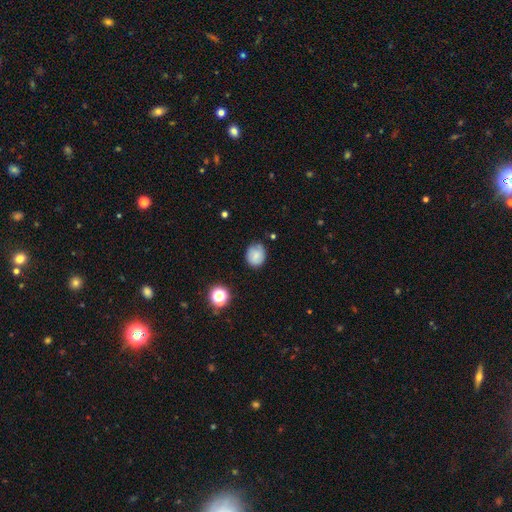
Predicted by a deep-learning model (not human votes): Q: Smooth or featured?
A: smooth (72%); runner-up: featured or disk (16%)
Q: How rounded?
A: round (70%); runner-up: in between (29%)
Q: Merging?
A: none (70%); runner-up: minor disturbance (23%)